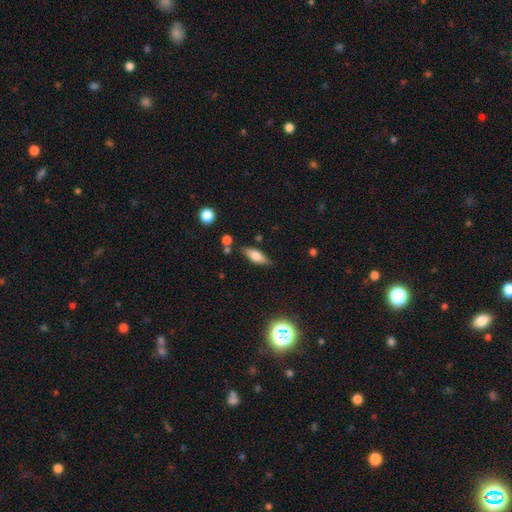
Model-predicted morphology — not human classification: smooth_or_featured: smooth (p=0.58) [alt: featured or disk p=0.33]
how_rounded: in between (p=0.63) [alt: cigar-shaped p=0.34]
merging: none (p=0.79) [alt: minor disturbance p=0.14]